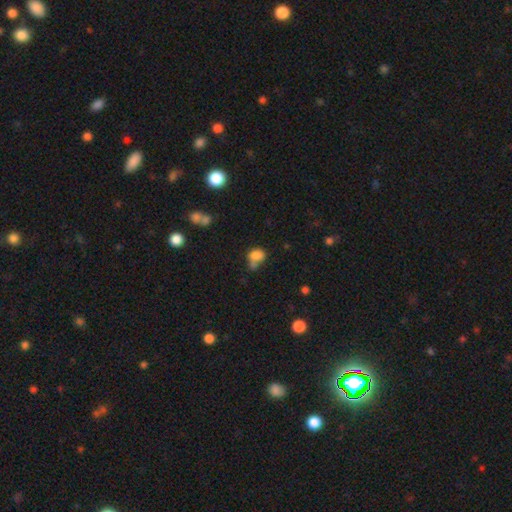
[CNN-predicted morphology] type=smooth (79%); roundness=round (52%); merging=none (37%).